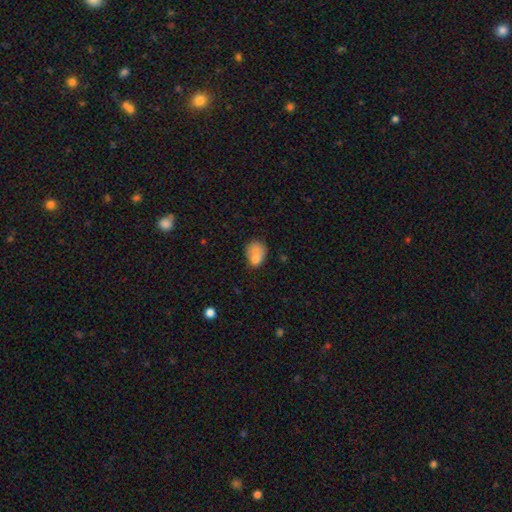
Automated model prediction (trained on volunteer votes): Smooth or featured?
  - smooth: 72% *
  - featured or disk: 18%
  - star or artifact: 10%
How rounded?
  - in between: 58% *
  - round: 41%
  - cigar-shaped: 1%
Merging?
  - none: 40% *
  - merger: 24%
  - minor disturbance: 23%
  - major disturbance: 12%